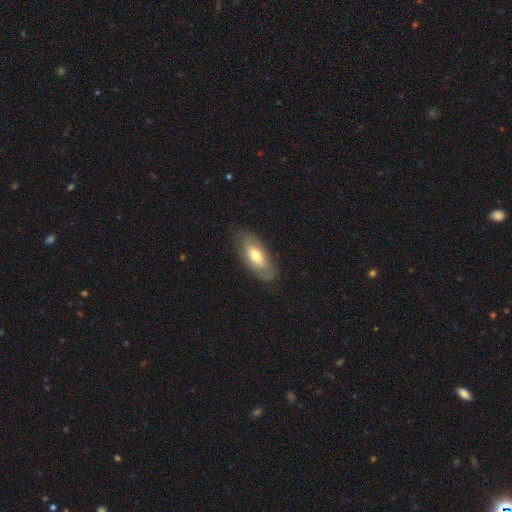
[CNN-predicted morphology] smooth_or_featured: smooth (p=0.59) [alt: featured or disk p=0.35]
how_rounded: in between (p=0.85) [alt: cigar-shaped p=0.12]
merging: none (p=0.80) [alt: minor disturbance p=0.15]